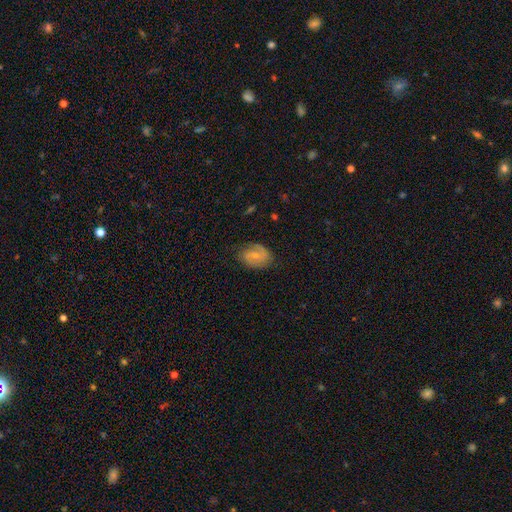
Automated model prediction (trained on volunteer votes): A featured or disk galaxy (67%) with a weak bar (46%), 2 (82%) medium (47%) spiral arms (90%) and a small central bulge (59%).

Vote fractions:
- Smooth or featured? featured or disk: 67% / smooth: 27% / star or artifact: 7%
- Edge-on disk? no: 97% / yes: 3%
- Bar? weak: 46% / no: 44% / strong: 10%
- Spiral arms? yes: 90% / no: 10%
- Spiral winding? medium: 47% / tight: 29% / loose: 24%
- Spiral arm count? 2: 82% / can't tell: 9% / 1: 5% / 3: 2% / 4: 1% / more than 4: 1%
- Bulge size? small: 59% / moderate: 32% / none: 7% / large: 1% / dominant: 1%
- Merging? none: 75% / minor disturbance: 18% / major disturbance: 6% / merger: 1%